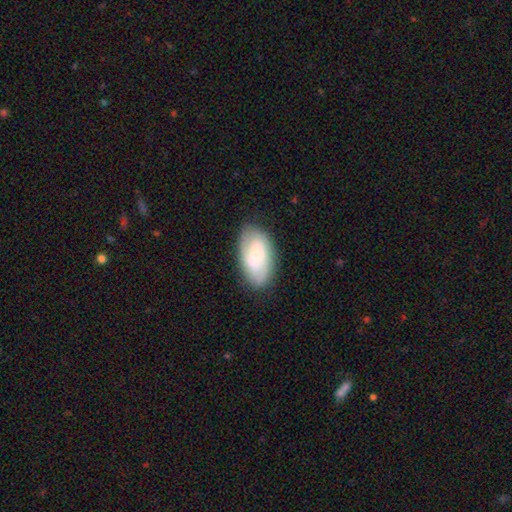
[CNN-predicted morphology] This is possibly a smooth galaxy (48%). Merging: likely none (79%).